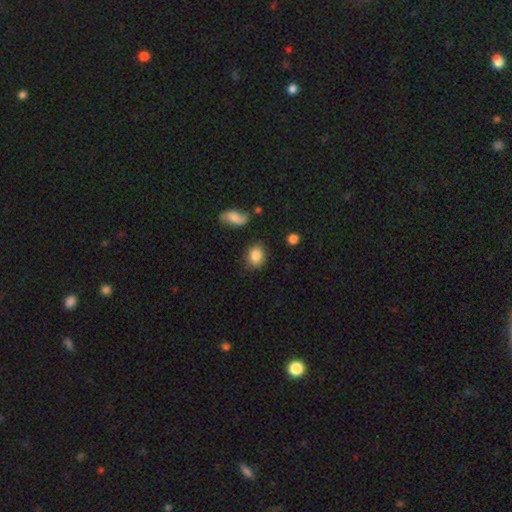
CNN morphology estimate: smooth-or-featured: smooth: 83% | featured or disk: 9% | star or artifact: 8%
  how-rounded: in between: 59% | round: 39% | cigar-shaped: 2%
  merging: none: 81% | minor disturbance: 13% | major disturbance: 3% | merger: 3%